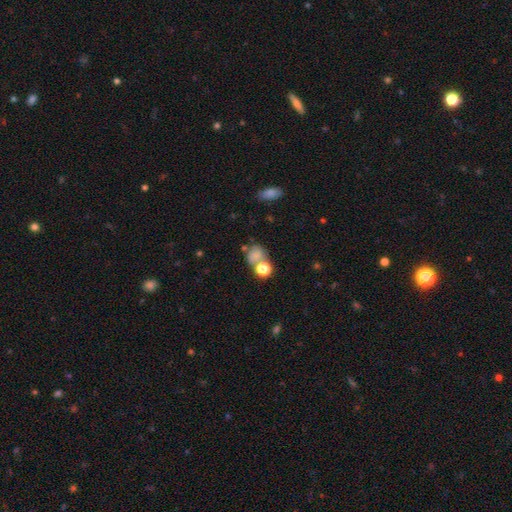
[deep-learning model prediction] The model was most divided on "merging": none: 42%, merger: 34%, minor disturbance: 15%, major disturbance: 9%. More confident: smooth or featured — smooth (73%); how rounded — round (61%).